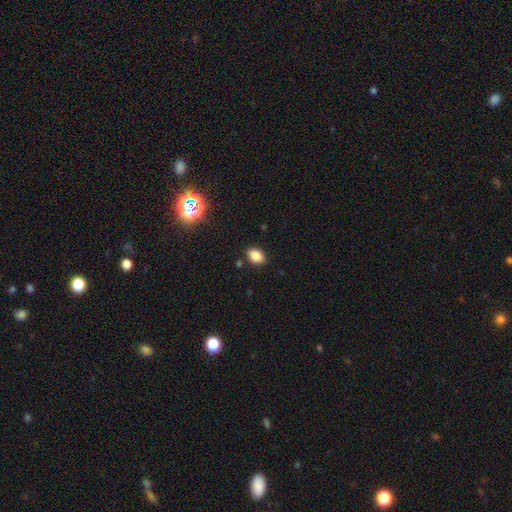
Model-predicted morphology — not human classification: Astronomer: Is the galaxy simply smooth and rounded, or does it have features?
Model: smooth — 83%.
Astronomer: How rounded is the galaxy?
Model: in between — 81%.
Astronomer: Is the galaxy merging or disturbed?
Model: none — 87%.